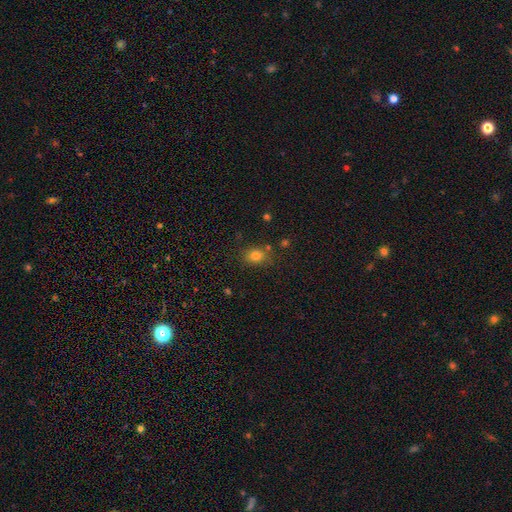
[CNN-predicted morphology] This appears to be a smooth galaxy with no disk features (80%) that is round (55%). Merging: none (74%).